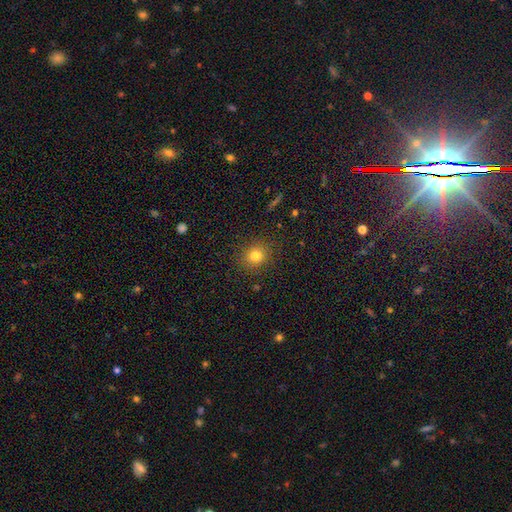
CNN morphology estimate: Smooth or featured: smooth — 80% (star or artifact — 13%)
How rounded: round — 77% (in between — 22%)
Merging: none — 87% (minor disturbance — 9%)